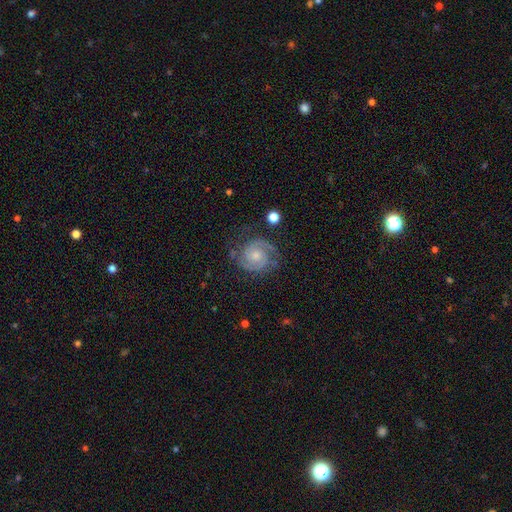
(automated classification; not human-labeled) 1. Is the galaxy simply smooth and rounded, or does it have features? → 83% featured or disk, 10% smooth, 6% star or artifact.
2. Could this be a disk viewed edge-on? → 98% no, 2% yes.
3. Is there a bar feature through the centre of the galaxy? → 70% no, 26% weak, 4% strong.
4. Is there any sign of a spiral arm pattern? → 96% yes, 4% no.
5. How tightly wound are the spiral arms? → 54% tight, 37% medium, 8% loose.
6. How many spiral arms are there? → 79% 2, 9% can't tell, 6% 3, 3% 1, 2% 4, 2% more than 4.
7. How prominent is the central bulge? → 54% small, 39% moderate, 4% none, 2% large, 1% dominant.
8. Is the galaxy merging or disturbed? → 72% none, 18% minor disturbance, 8% major disturbance, 2% merger.